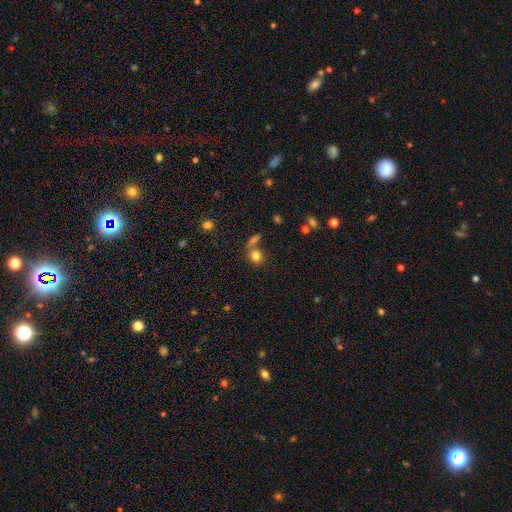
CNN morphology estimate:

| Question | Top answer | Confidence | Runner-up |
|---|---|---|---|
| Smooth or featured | smooth | 79% | star or artifact (12%) |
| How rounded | round | 75% | in between (23%) |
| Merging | none | 52% | merger (31%) |